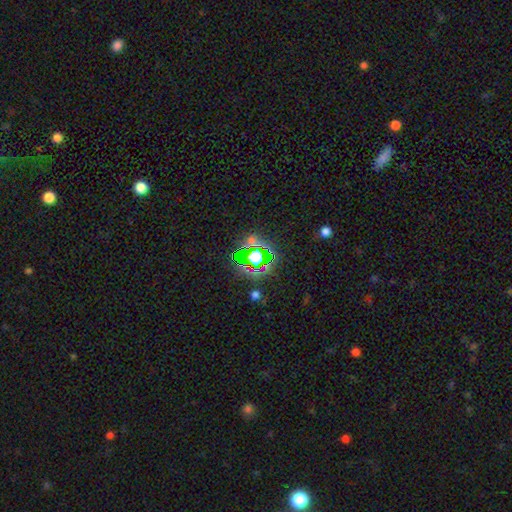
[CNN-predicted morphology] smooth-or-featured: star or artifact: 70% | smooth: 18% | featured or disk: 12%